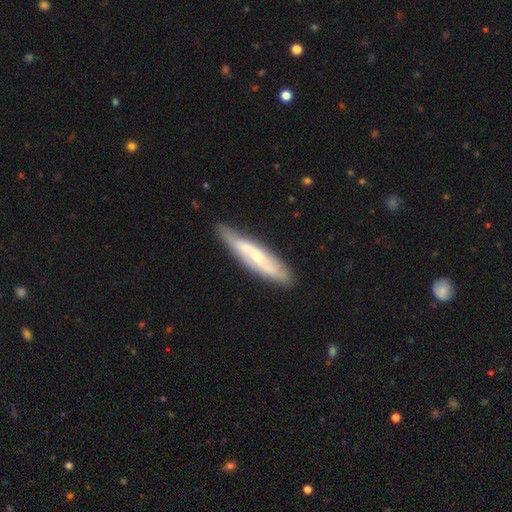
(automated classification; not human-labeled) smooth-or-featured: featured or disk: 64% | smooth: 31% | star or artifact: 6%
  disk-edge-on: no: 53% | yes: 47%
  merging: none: 76% | minor disturbance: 18% | major disturbance: 4% | merger: 2%